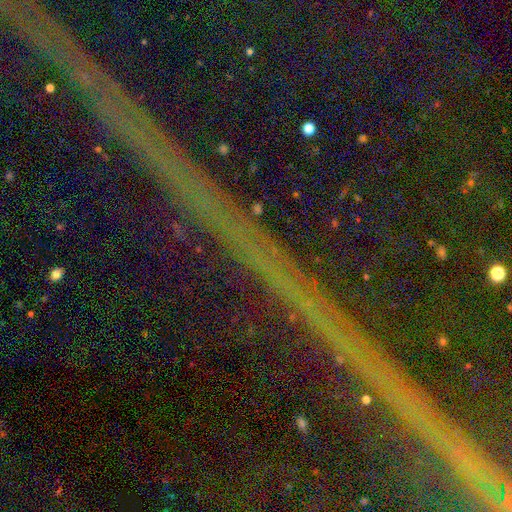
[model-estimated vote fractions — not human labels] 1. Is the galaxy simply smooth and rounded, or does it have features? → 84% star or artifact, 9% featured or disk, 7% smooth.